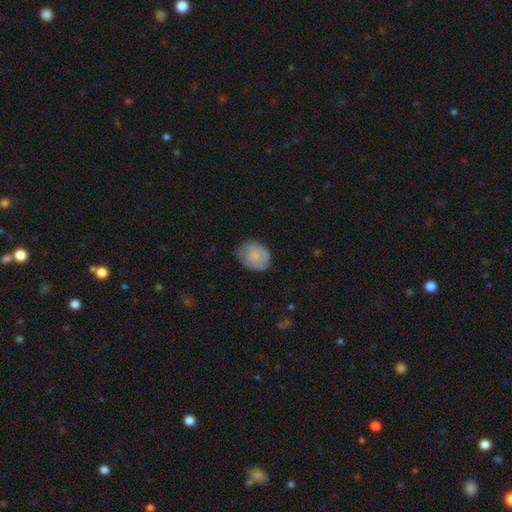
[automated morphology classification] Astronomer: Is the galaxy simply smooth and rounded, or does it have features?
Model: smooth — 60%.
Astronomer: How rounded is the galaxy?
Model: round — 58% (runner-up: in between, 41%).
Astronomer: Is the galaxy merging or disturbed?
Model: none — 69%.